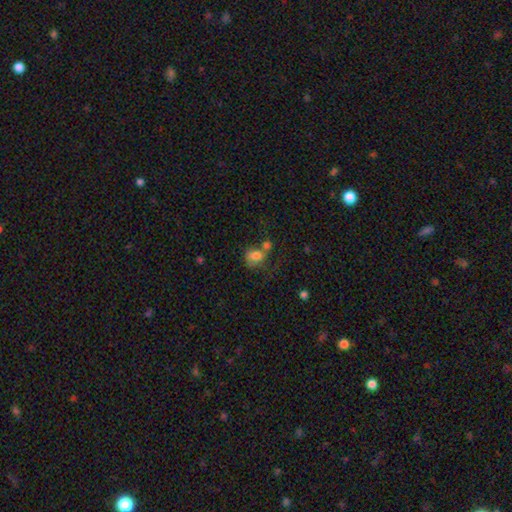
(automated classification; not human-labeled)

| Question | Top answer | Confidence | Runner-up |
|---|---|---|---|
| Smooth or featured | smooth | 70% | featured or disk (19%) |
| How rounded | in between | 56% | round (43%) |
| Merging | merger | 42% | none (27%) |